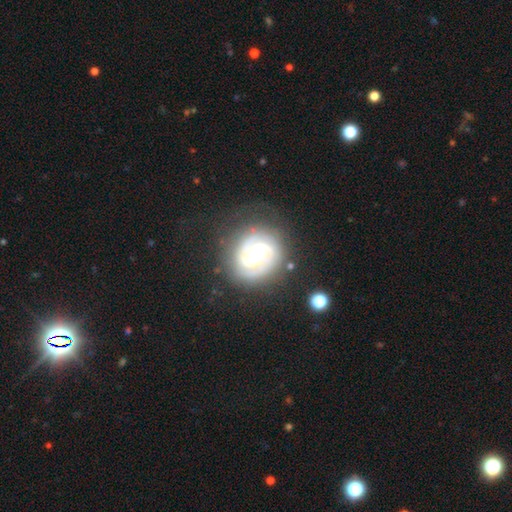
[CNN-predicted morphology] Smooth or featured? Predicted: featured or disk (p=0.88). Edge-on disk? Predicted: no (p=0.98). Bar? Predicted: strong (p=0.59). Spiral arms? Predicted: yes (p=0.96). Spiral winding? Predicted: tight (p=0.53). Spiral arm count? Predicted: 2 (p=0.85). Bulge size? Predicted: moderate (p=0.41). Merging? Predicted: none (p=0.74).